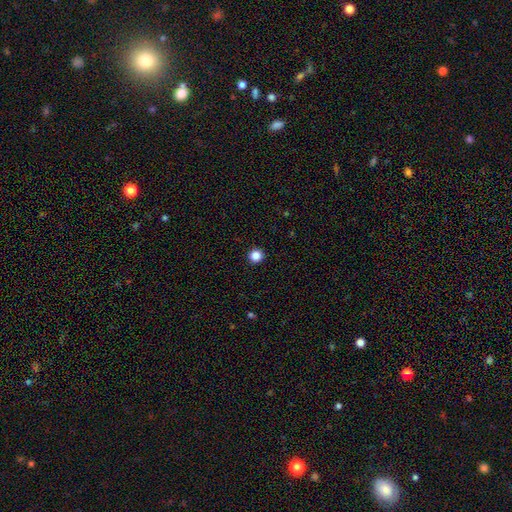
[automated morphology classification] The model was most divided on "smooth or featured": smooth: 85%, star or artifact: 12%, featured or disk: 3%. More confident: how rounded — round (94%); merging — none (94%).